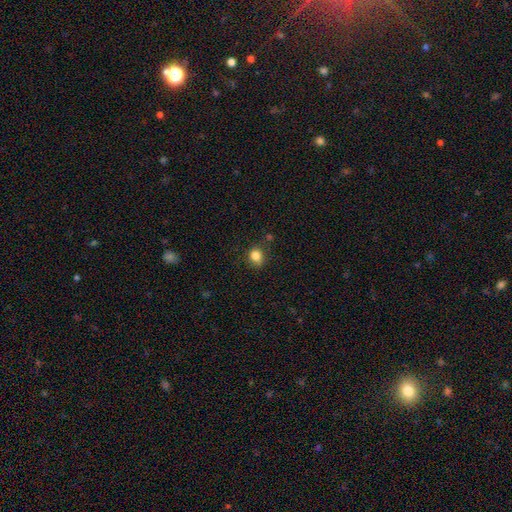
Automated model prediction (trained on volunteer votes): Morphology: type=smooth (83%); roundness=round (56%); merging=none (70%).